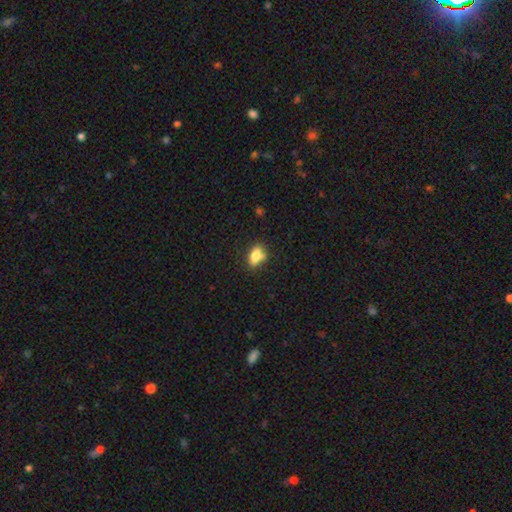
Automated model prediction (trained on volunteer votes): Smooth or featured? smooth (79%)
How rounded? in between (82%)
Merging? none (57%)